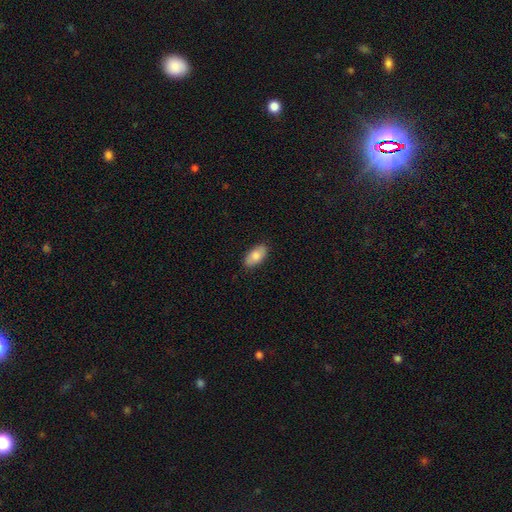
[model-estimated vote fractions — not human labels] A smooth galaxy with no disk features (80%) that is in between round and cigar-shaped (93%). Merging: none (88%).